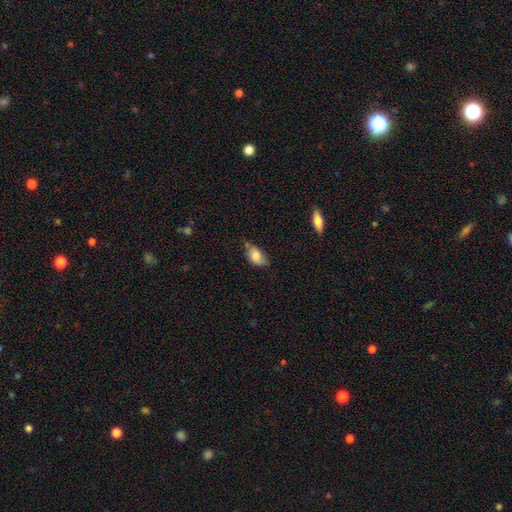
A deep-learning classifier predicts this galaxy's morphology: Smooth or featured?
  - smooth: 75% *
  - featured or disk: 17%
  - star or artifact: 8%
How rounded?
  - in between: 88% *
  - round: 10%
  - cigar-shaped: 2%
Merging?
  - none: 55% *
  - minor disturbance: 34%
  - major disturbance: 7%
  - merger: 4%